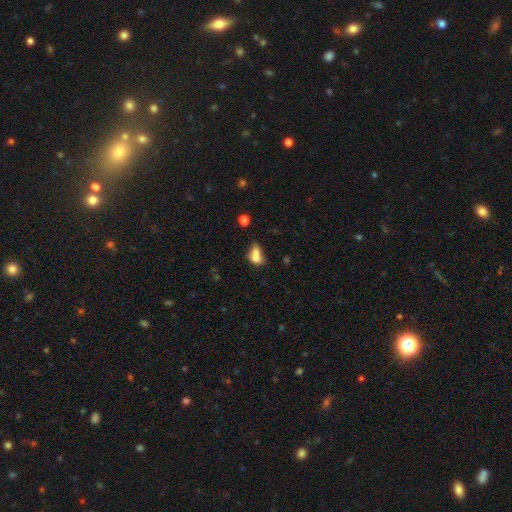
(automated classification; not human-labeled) smooth_or_featured: smooth (p=0.72) [alt: featured or disk p=0.17]
how_rounded: in between (p=0.74) [alt: round p=0.21]
merging: merger (p=0.50) [alt: none p=0.24]